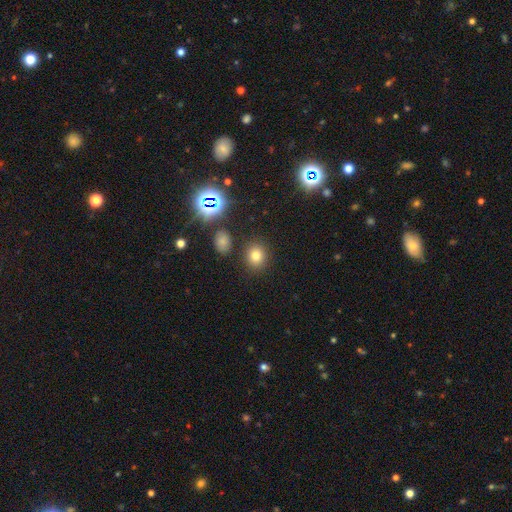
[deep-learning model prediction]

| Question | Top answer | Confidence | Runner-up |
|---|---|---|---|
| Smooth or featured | smooth | 75% | star or artifact (17%) |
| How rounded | round | 73% | in between (26%) |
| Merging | none | 86% | minor disturbance (8%) |